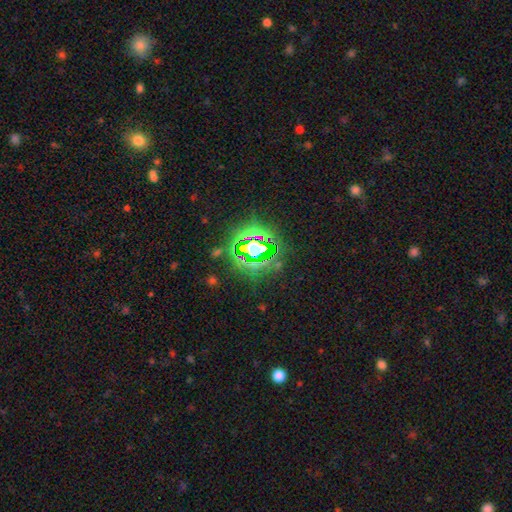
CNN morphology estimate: A star or artifact, not a galaxy (74%).

Vote fractions:
- Smooth or featured? star or artifact: 74% / smooth: 15% / featured or disk: 11%